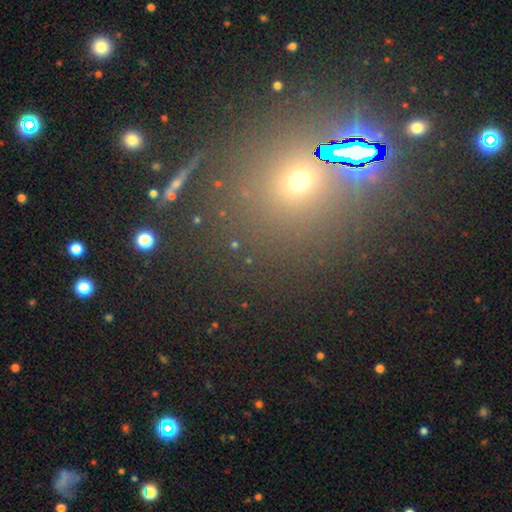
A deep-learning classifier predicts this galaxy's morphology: Smooth or featured? Predicted: star or artifact (p=0.61).